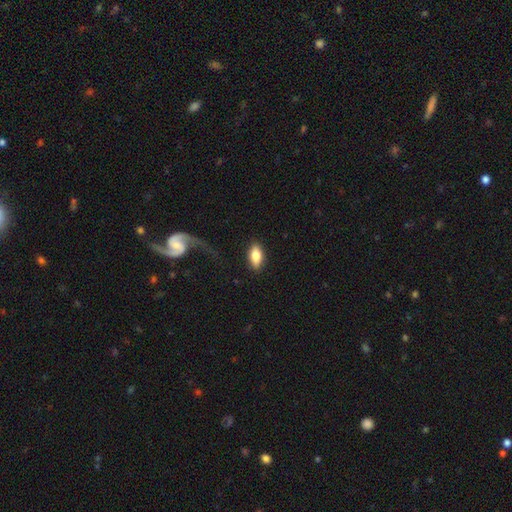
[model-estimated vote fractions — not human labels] Morphology: type=smooth (73%); roundness=in between (87%); merging=none (85%).